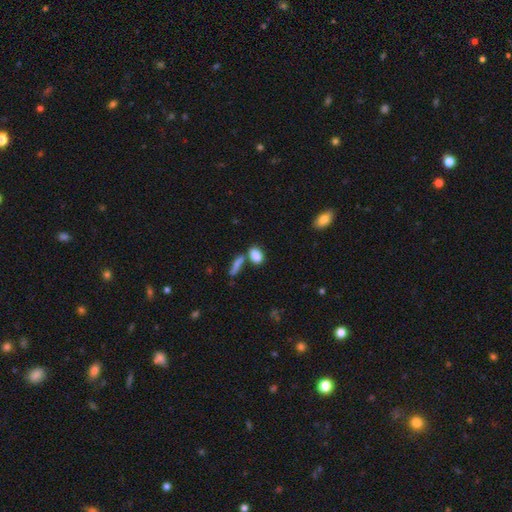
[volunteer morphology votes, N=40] smooth 88%, featured or disk 8%, star or artifact 5%. Down the decision tree: how rounded — in between (80%); merging — merger (39%).